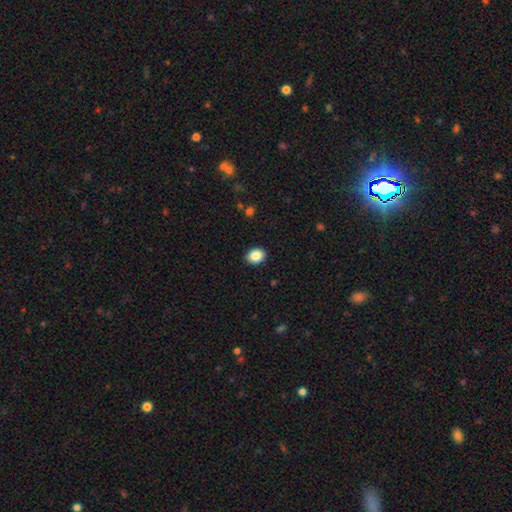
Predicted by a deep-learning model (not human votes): Smooth or featured: smooth — 88% (star or artifact — 8%)
How rounded: in between — 56% (round — 43%)
Merging: none — 89% (minor disturbance — 8%)